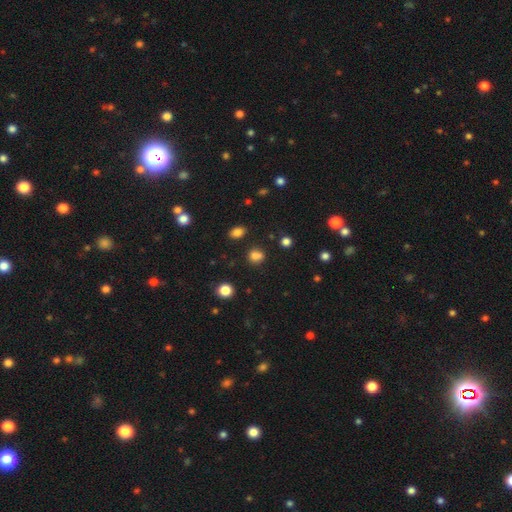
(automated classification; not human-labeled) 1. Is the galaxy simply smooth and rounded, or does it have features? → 75% smooth, 18% star or artifact, 7% featured or disk.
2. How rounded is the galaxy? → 65% round, 34% in between, 1% cigar-shaped.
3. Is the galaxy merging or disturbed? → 64% none, 16% merger, 14% minor disturbance, 5% major disturbance.